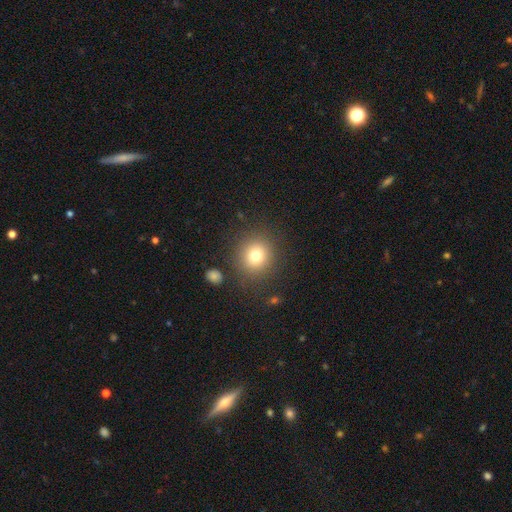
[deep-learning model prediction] Smooth or featured: smooth — 77% (star or artifact — 14%)
How rounded: round — 89% (in between — 10%)
Merging: none — 86% (minor disturbance — 8%)